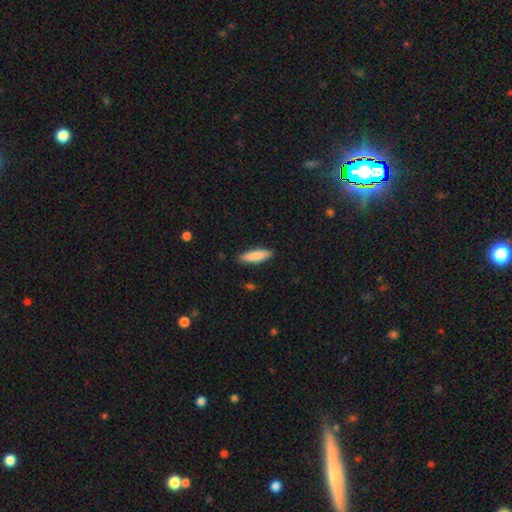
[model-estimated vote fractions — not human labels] smooth-or-featured: smooth: 86% | featured or disk: 9% | star or artifact: 5%
  how-rounded: cigar-shaped: 61% | in between: 38% | round: 1%
  merging: none: 88% | minor disturbance: 9% | major disturbance: 2% | merger: 1%